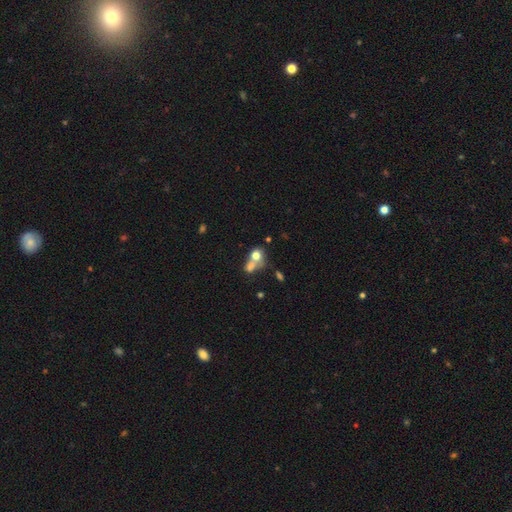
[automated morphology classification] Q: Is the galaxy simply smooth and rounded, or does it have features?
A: smooth — 69%.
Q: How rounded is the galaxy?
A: round — 62%.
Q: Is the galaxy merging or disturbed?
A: merger — 61%.